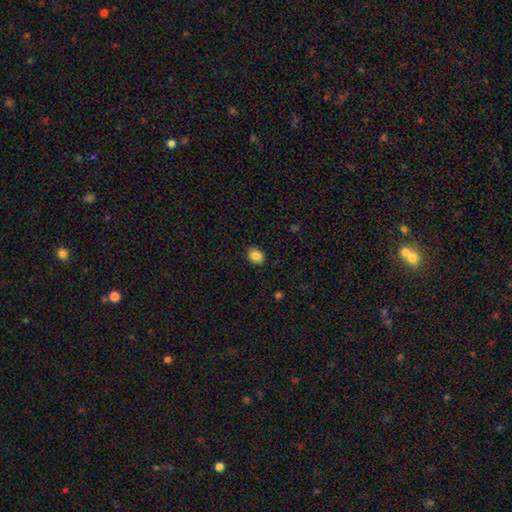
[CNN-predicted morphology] Smooth or featured: smooth — 87% (star or artifact — 9%)
How rounded: in between — 54% (round — 45%)
Merging: none — 88% (minor disturbance — 9%)